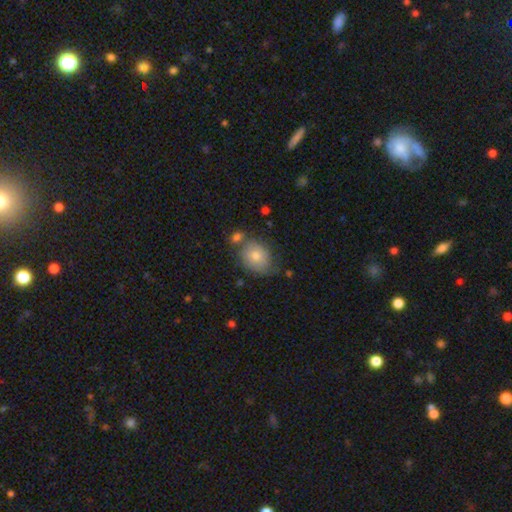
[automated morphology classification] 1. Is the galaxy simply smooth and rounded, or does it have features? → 72% smooth, 19% featured or disk, 9% star or artifact.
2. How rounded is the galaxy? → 54% in between, 45% round, 1% cigar-shaped.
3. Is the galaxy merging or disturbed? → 59% none, 22% minor disturbance, 13% merger, 6% major disturbance.